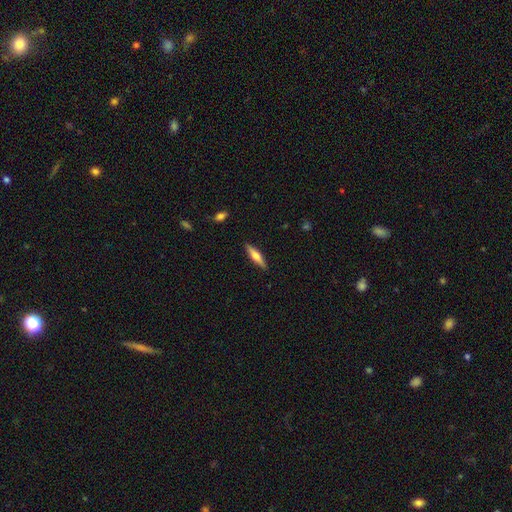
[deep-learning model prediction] A smooth galaxy with no disk features (49%). Merging: none (89%).